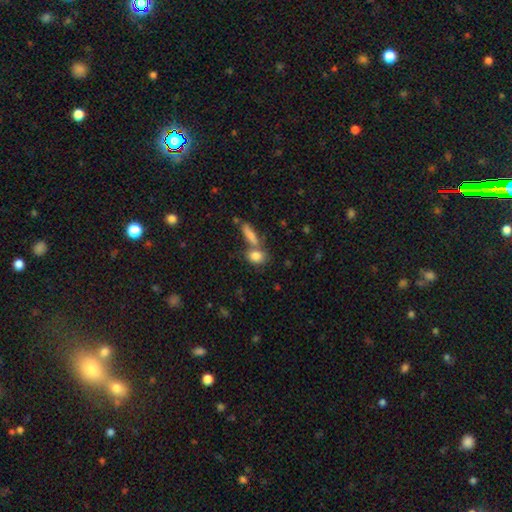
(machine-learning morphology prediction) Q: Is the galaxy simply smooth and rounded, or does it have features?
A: smooth — 82%.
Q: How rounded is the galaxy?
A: in between — 56%.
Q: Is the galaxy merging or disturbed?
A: none — 50%.